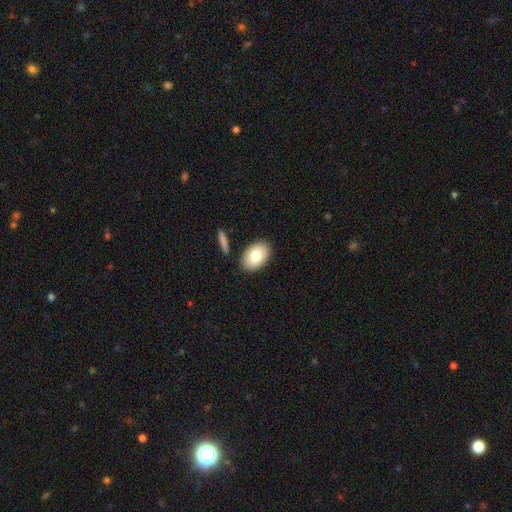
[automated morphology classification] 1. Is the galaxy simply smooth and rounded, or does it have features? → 80% smooth, 14% featured or disk, 6% star or artifact.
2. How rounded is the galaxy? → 90% in between, 9% round, 1% cigar-shaped.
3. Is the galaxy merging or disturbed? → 86% none, 9% minor disturbance, 3% merger, 2% major disturbance.